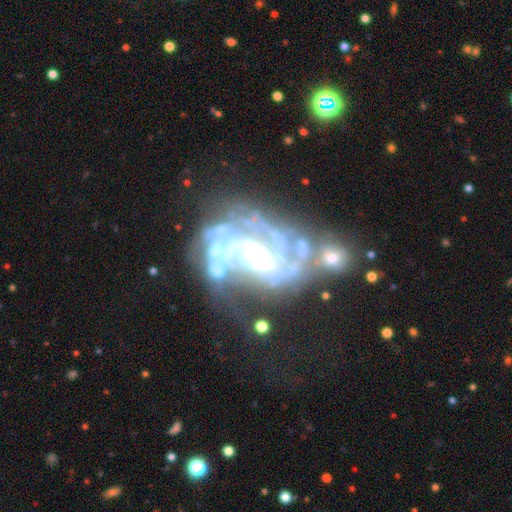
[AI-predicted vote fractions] Q: Smooth or featured?
A: featured or disk (89%); runner-up: star or artifact (7%)
Q: Edge-on disk?
A: no (97%); runner-up: yes (3%)
Q: Bar?
A: no (55%); runner-up: weak (31%)
Q: Spiral arms?
A: yes (96%); runner-up: no (4%)
Q: Spiral winding?
A: tight (55%); runner-up: medium (36%)
Q: Spiral arm count?
A: 3 (26%); runner-up: 2 (25%)
Q: Bulge size?
A: small (48%); runner-up: moderate (42%)
Q: Merging?
A: none (44%); runner-up: major disturbance (23%)